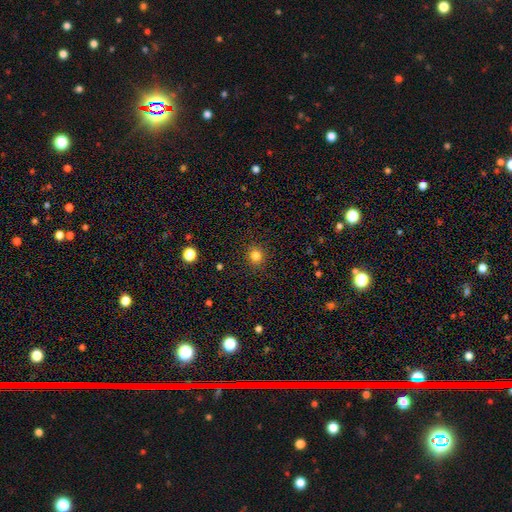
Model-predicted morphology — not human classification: The model was most divided on "smooth or featured": smooth: 82%, star or artifact: 13%, featured or disk: 5%. More confident: merging — none (90%); how rounded — round (86%).